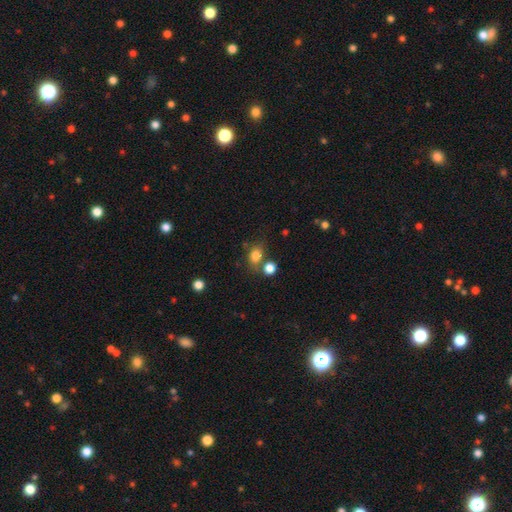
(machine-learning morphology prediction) A smooth galaxy with no disk features (80%) that is in between round and cigar-shaped (54%).

Vote fractions:
- Smooth or featured? smooth: 80% / star or artifact: 12% / featured or disk: 7%
- How rounded? in between: 54% / round: 44% / cigar-shaped: 1%
- Merging? none: 59% / merger: 21% / minor disturbance: 15% / major disturbance: 6%